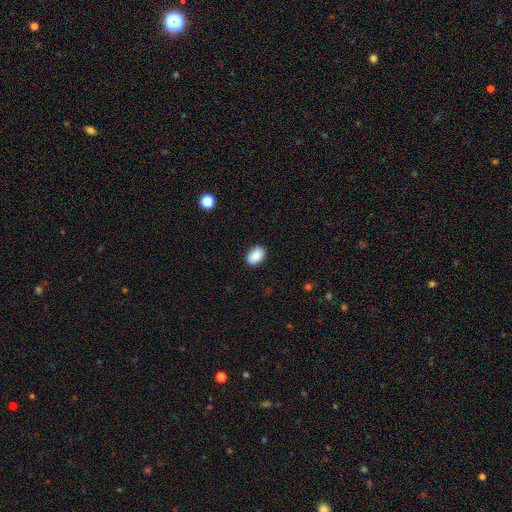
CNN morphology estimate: A smooth galaxy with no disk features (89%) that is in between round and cigar-shaped (84%). Merging: none (88%).